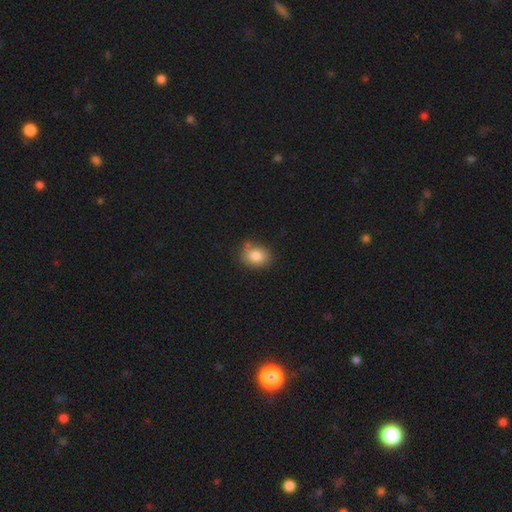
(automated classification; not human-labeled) smooth-or-featured: smooth: 82% | star or artifact: 10% | featured or disk: 8%
  how-rounded: in between: 55% | round: 44% | cigar-shaped: 1%
  merging: none: 71% | minor disturbance: 21% | merger: 4% | major disturbance: 4%